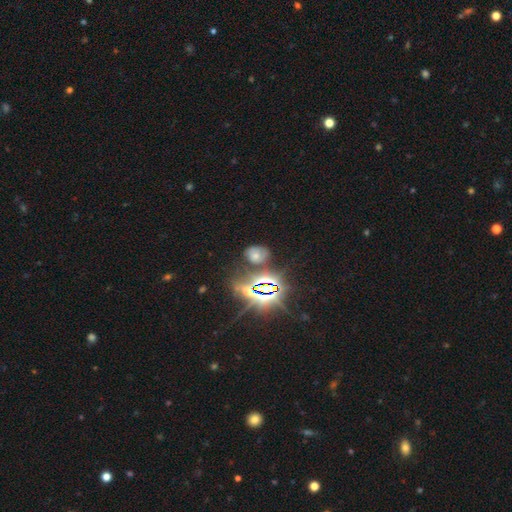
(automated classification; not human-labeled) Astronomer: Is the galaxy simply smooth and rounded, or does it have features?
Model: smooth — 42%, tied with star or artifact at 42%.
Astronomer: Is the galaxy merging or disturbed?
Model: none — 70%.